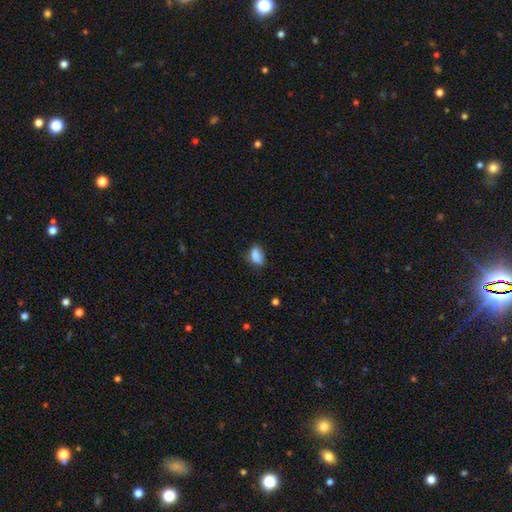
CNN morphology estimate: smooth-or-featured: smooth: 84% | star or artifact: 9% | featured or disk: 7%
  how-rounded: in between: 86% | round: 10% | cigar-shaped: 4%
  merging: none: 59% | minor disturbance: 31% | major disturbance: 7% | merger: 3%